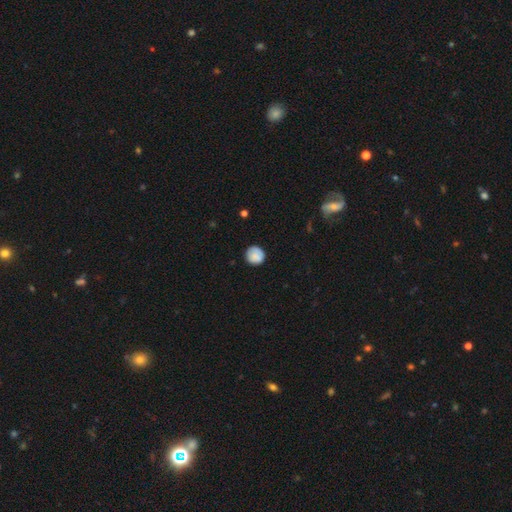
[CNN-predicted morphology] A smooth galaxy with no disk features (83%) that is round (91%). Merging: none (80%).